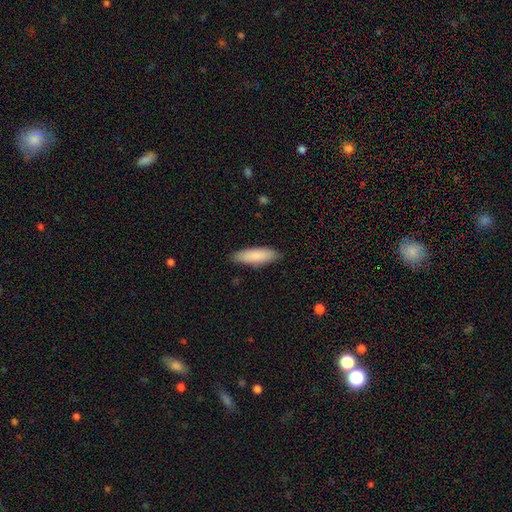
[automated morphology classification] Smooth or featured? smooth (86%)
How rounded? in between (53%)
Merging? none (87%)